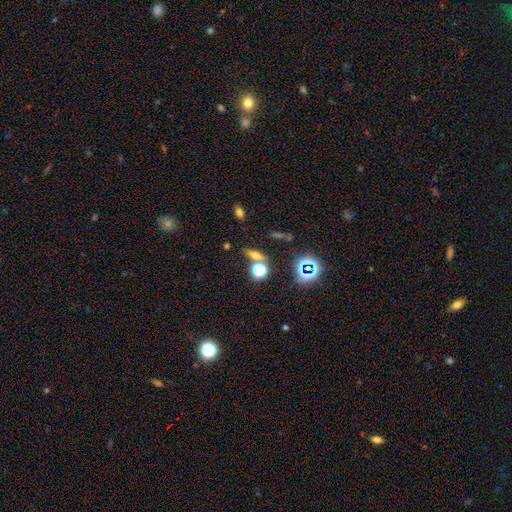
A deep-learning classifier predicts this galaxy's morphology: Smooth or featured: smooth — 49% (star or artifact — 32%)
Merging: none — 70% (merger — 16%)